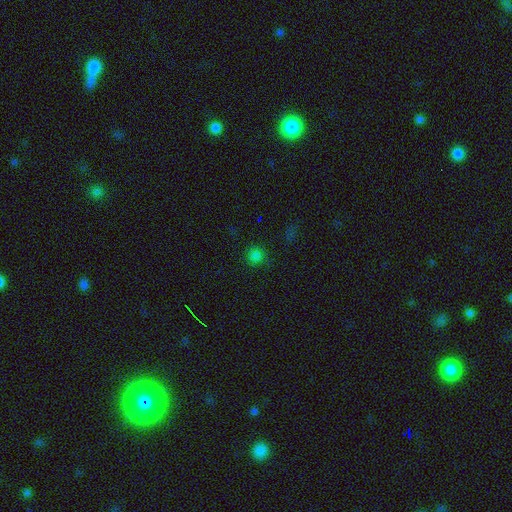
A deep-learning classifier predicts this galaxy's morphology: type=smooth (77%); roundness=round (93%); merging=none (87%).